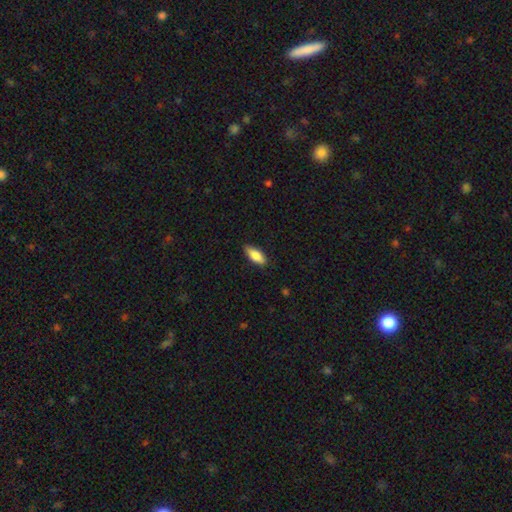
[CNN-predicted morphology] A smooth galaxy with no disk features (83%) that is in between round and cigar-shaped (74%).

Vote fractions:
- Smooth or featured? smooth: 83% / featured or disk: 11% / star or artifact: 6%
- How rounded? in between: 74% / cigar-shaped: 24% / round: 2%
- Merging? none: 85% / minor disturbance: 12% / major disturbance: 2% / merger: 1%